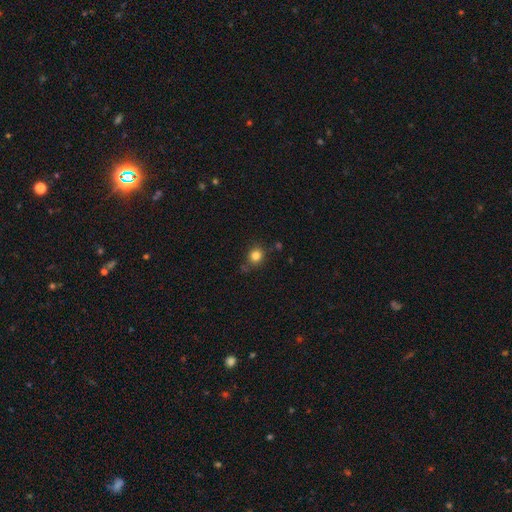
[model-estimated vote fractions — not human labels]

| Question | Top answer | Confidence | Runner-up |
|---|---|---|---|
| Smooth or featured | smooth | 83% | star or artifact (12%) |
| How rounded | round | 84% | in between (15%) |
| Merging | none | 76% | minor disturbance (15%) |